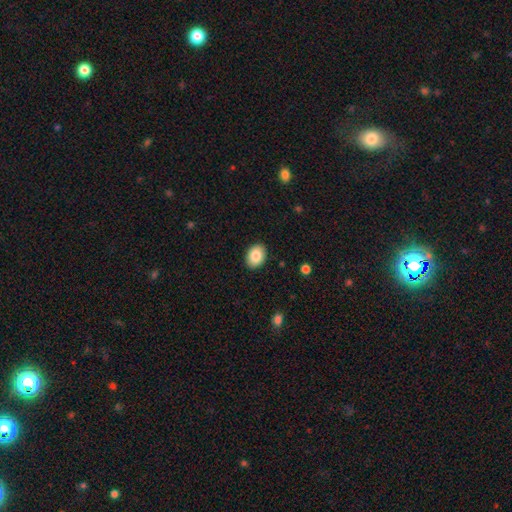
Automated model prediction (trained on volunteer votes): smooth_or_featured: smooth (p=0.87) [alt: star or artifact p=0.07]
how_rounded: in between (p=0.73) [alt: round p=0.26]
merging: none (p=0.90) [alt: minor disturbance p=0.08]